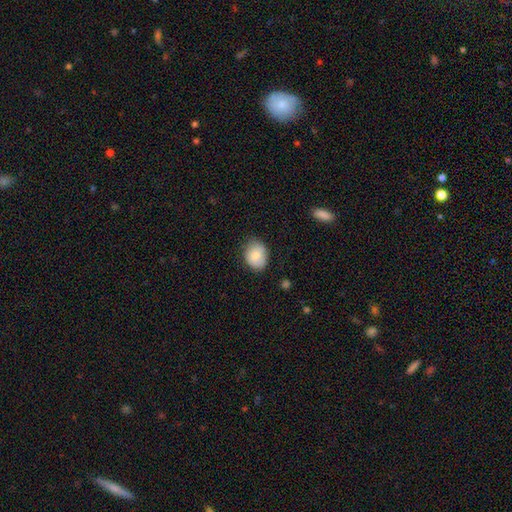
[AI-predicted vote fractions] The model was most divided on "how rounded": in between: 55%, round: 44%, cigar-shaped: 1%. More confident: smooth or featured — smooth (83%); merging — none (76%).